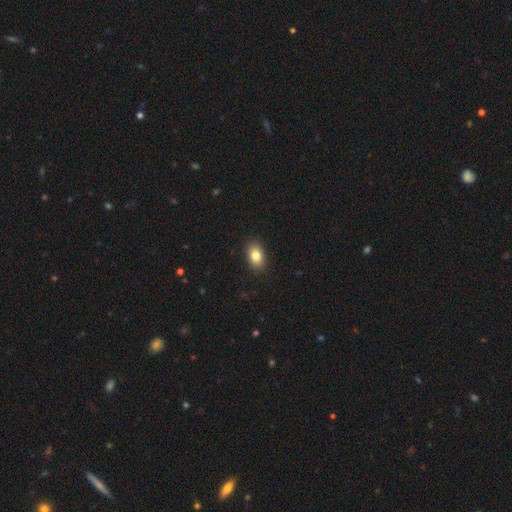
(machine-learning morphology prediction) The model was most divided on "how rounded": in between: 85%, round: 14%, cigar-shaped: 1%. More confident: merging — none (90%); smooth or featured — smooth (84%).